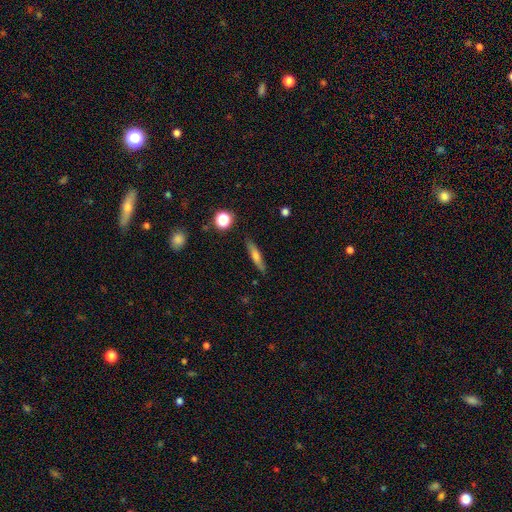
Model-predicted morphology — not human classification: Smooth or featured: smooth — 62% (featured or disk — 30%)
How rounded: cigar-shaped — 82% (in between — 15%)
Merging: none — 85% (minor disturbance — 11%)